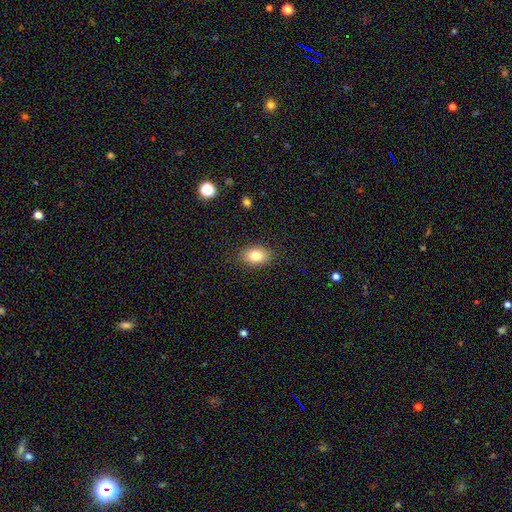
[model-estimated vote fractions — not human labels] smooth 82%, featured or disk 9%, star or artifact 9%. Down the decision tree: how rounded — in between (82%); merging — none (87%).